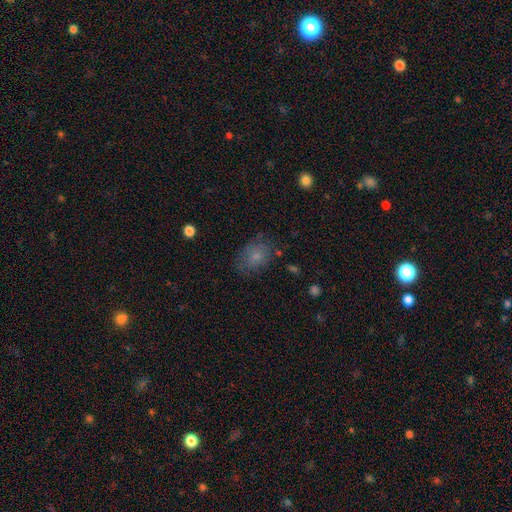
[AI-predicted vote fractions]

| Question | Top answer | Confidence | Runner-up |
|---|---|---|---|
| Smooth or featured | smooth | 75% | featured or disk (14%) |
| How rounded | in between | 66% | round (33%) |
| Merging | none | 69% | minor disturbance (21%) |